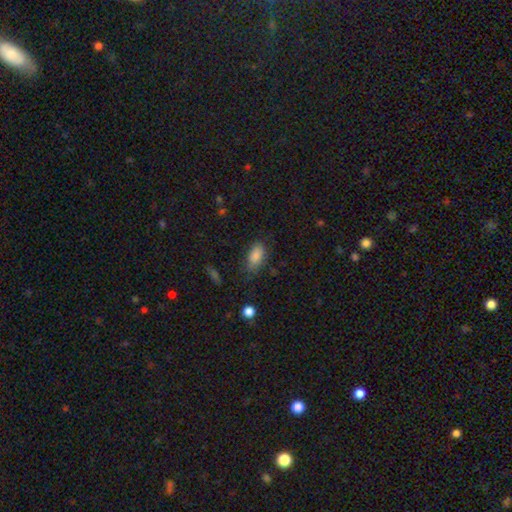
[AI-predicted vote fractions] Smooth or featured? Predicted: smooth (p=0.85). How rounded? Predicted: in between (p=0.90). Merging? Predicted: none (p=0.73).